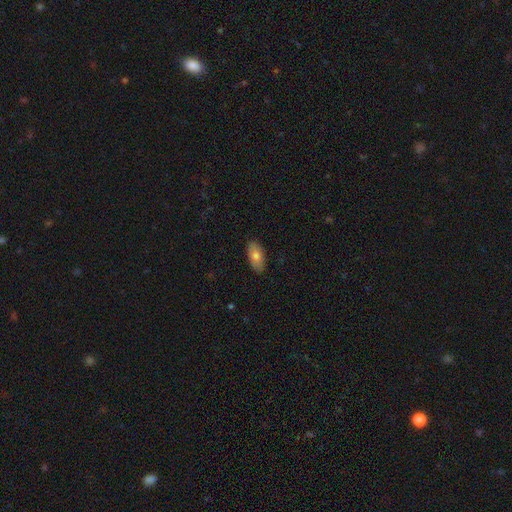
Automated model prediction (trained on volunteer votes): A smooth galaxy with no disk features (77%) that is in between round and cigar-shaped (91%). Merging: none (87%).